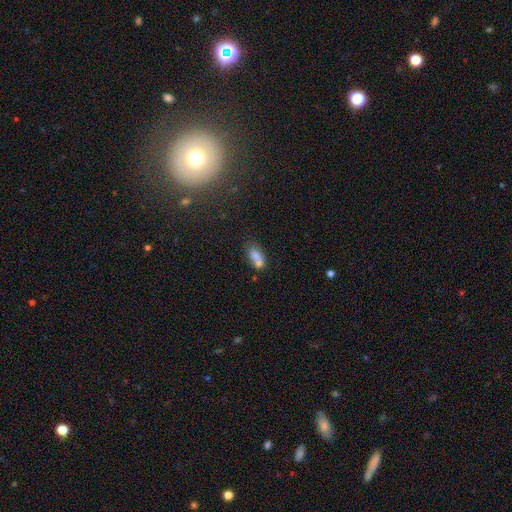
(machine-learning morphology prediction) Smooth or featured?
  - smooth: 73% *
  - featured or disk: 16%
  - star or artifact: 11%
How rounded?
  - in between: 81% *
  - cigar-shaped: 10%
  - round: 8%
Merging?
  - merger: 38% * (tied)
  - none: 38% * (tied)
  - minor disturbance: 16%
  - major disturbance: 8%